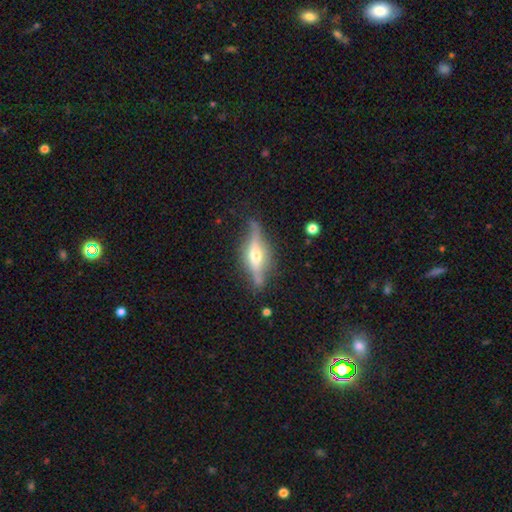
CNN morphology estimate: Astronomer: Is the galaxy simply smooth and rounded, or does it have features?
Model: featured or disk — 75%.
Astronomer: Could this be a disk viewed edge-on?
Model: yes — 91%.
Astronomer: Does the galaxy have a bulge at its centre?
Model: rounded — 91%.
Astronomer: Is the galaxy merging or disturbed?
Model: none — 75%.